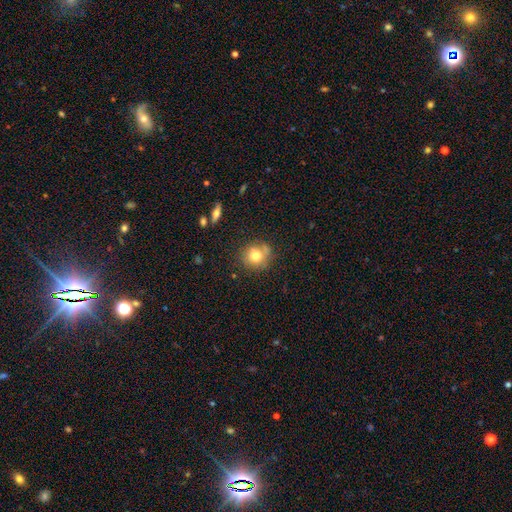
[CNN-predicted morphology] Smooth or featured?
  - smooth: 75% *
  - featured or disk: 14%
  - star or artifact: 11%
How rounded?
  - round: 86% *
  - in between: 13%
  - cigar-shaped: 1%
Merging?
  - none: 67% *
  - minor disturbance: 18%
  - merger: 9%
  - major disturbance: 5%